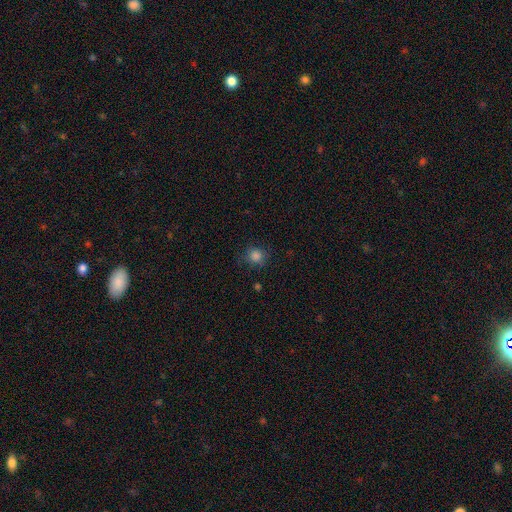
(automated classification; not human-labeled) This is clearly a smooth galaxy (83%). How rounded: clearly round (89%). Merging: clearly none (81%).